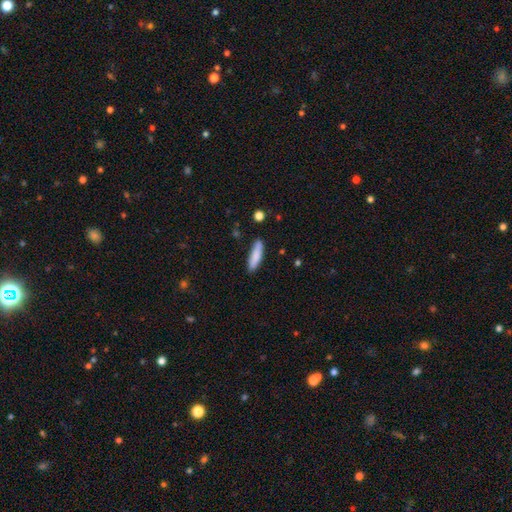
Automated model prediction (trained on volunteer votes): This appears to be a smooth galaxy with no disk features (84%) that is cigar-shaped (75%). Merging: none (84%).